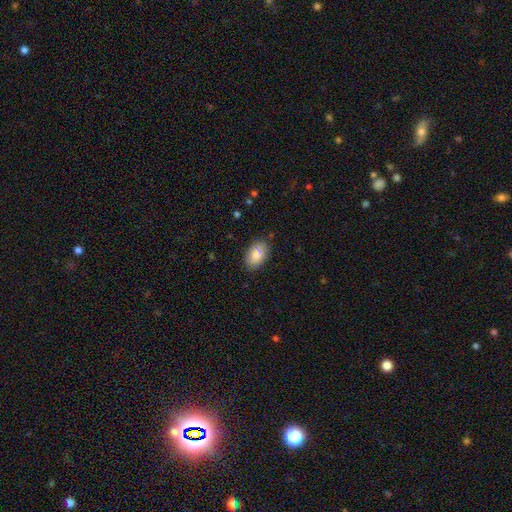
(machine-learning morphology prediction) A smooth galaxy with no disk features (82%) that is in between round and cigar-shaped (90%). Merging: none (82%).